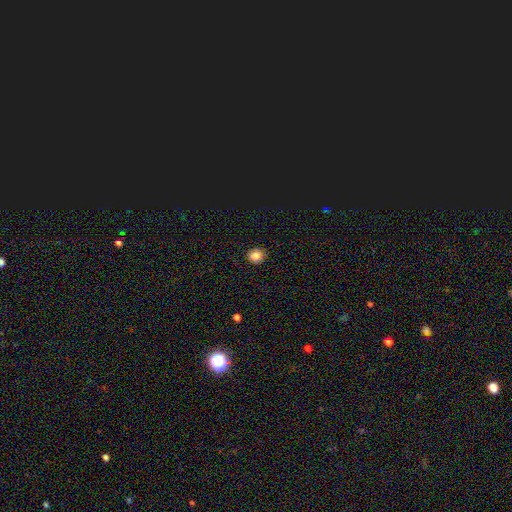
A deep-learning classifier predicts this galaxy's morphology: Smooth or featured?
  - smooth: 83% *
  - star or artifact: 12%
  - featured or disk: 5%
How rounded?
  - round: 82% *
  - in between: 17%
  - cigar-shaped: 1%
Merging?
  - none: 88% *
  - minor disturbance: 8%
  - major disturbance: 2%
  - merger: 1%